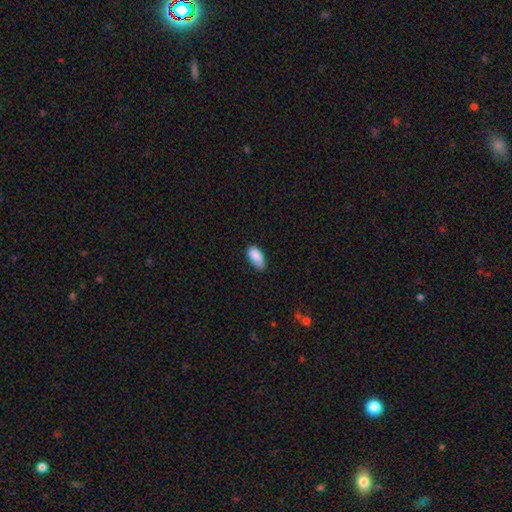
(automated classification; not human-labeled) This appears to be a smooth galaxy with no disk features (88%) that is in between round and cigar-shaped (92%). Merging: none (63%).